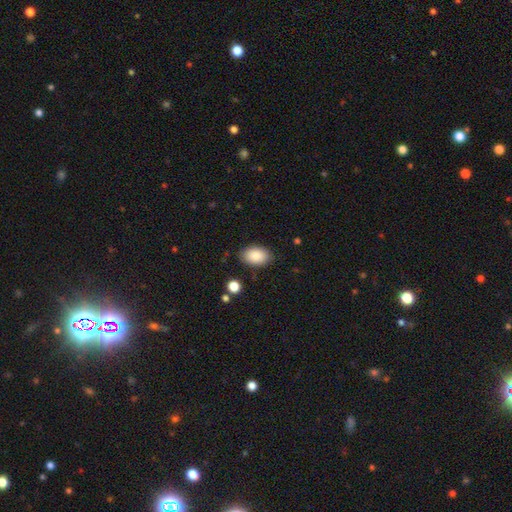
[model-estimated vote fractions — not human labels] Q: Smooth or featured?
A: smooth (88%); runner-up: star or artifact (7%)
Q: How rounded?
A: in between (90%); runner-up: round (9%)
Q: Merging?
A: none (84%); runner-up: minor disturbance (12%)